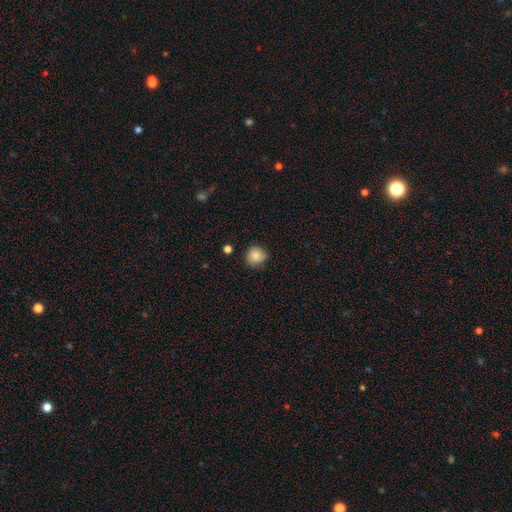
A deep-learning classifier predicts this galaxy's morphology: type=smooth (78%); roundness=round (89%); merging=none (74%).